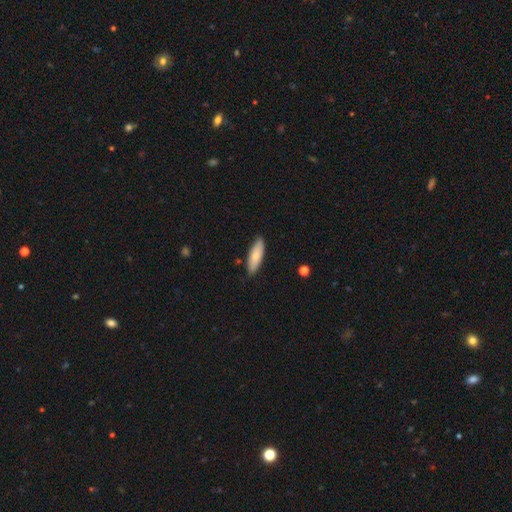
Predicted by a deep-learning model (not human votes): Q: Smooth or featured?
A: smooth (75%); runner-up: featured or disk (19%)
Q: How rounded?
A: in between (54%); runner-up: cigar-shaped (44%)
Q: Merging?
A: none (86%); runner-up: minor disturbance (11%)